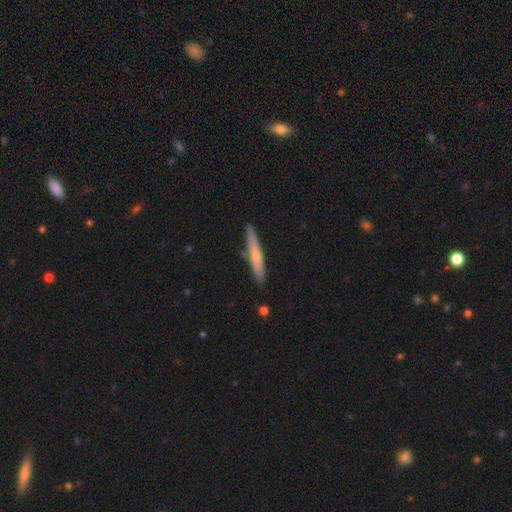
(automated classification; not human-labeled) Q: Smooth or featured?
A: smooth (50%); runner-up: featured or disk (44%)
Q: How rounded?
A: cigar-shaped (93%); runner-up: in between (5%)
Q: Merging?
A: none (82%); runner-up: minor disturbance (12%)